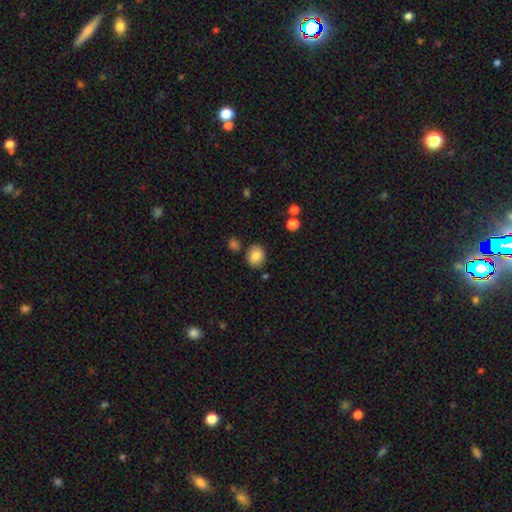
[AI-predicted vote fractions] This is clearly a smooth galaxy (84%). How rounded: likely round (67%). Merging: clearly none (81%).